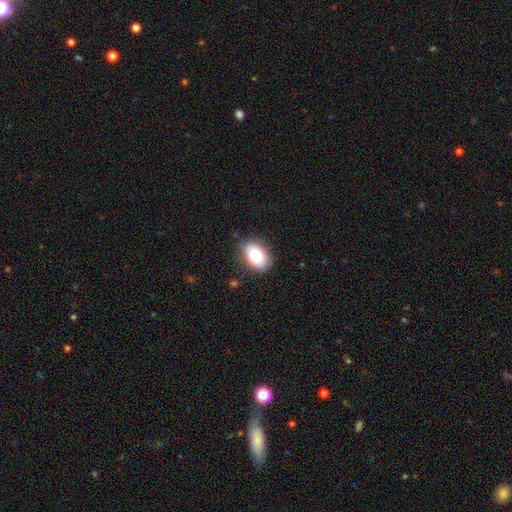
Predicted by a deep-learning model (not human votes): smooth 83%, featured or disk 10%, star or artifact 7%. Down the decision tree: how rounded — in between (87%); merging — none (77%).